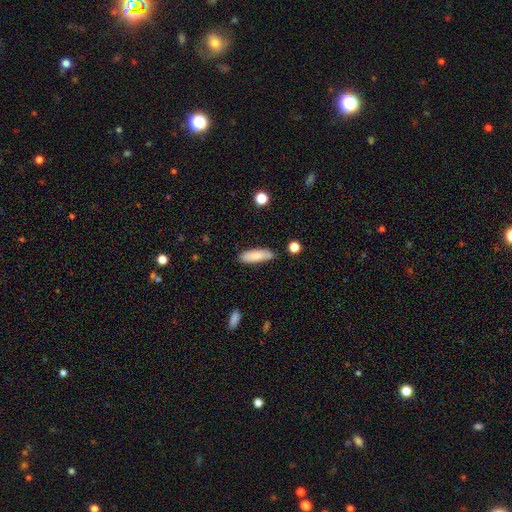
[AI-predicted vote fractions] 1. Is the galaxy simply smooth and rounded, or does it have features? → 82% smooth, 12% featured or disk, 7% star or artifact.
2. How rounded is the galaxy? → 53% in between, 46% cigar-shaped, 2% round.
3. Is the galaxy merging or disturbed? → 75% none, 17% minor disturbance, 5% merger, 3% major disturbance.